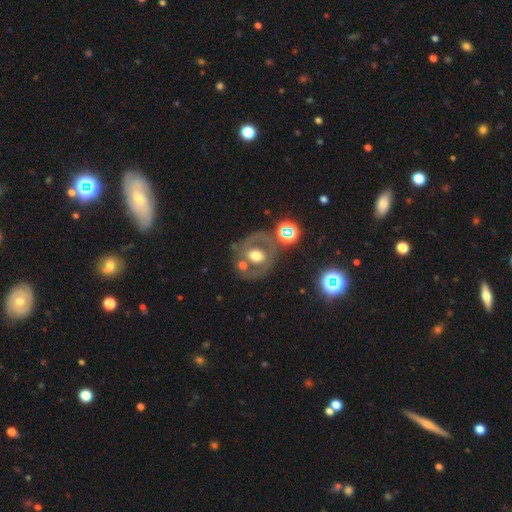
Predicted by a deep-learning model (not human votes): This appears to be a featured or disk galaxy (55%) with no bar (64%), no spiral arms (64%) and a moderate central bulge (60%). Merging: none (63%).